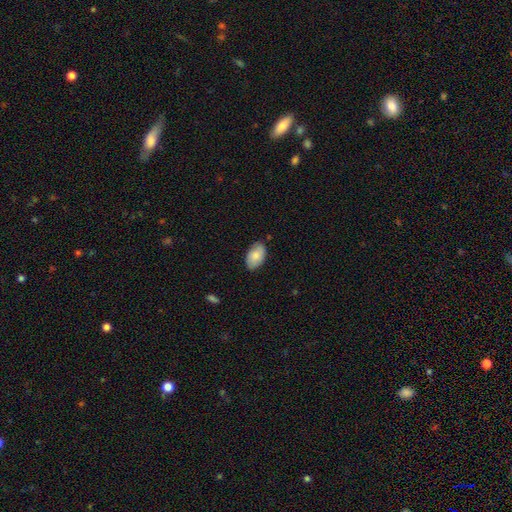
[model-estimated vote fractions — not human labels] Q: Smooth or featured?
A: smooth (81%); runner-up: featured or disk (13%)
Q: How rounded?
A: in between (93%); runner-up: round (6%)
Q: Merging?
A: none (80%); runner-up: minor disturbance (17%)